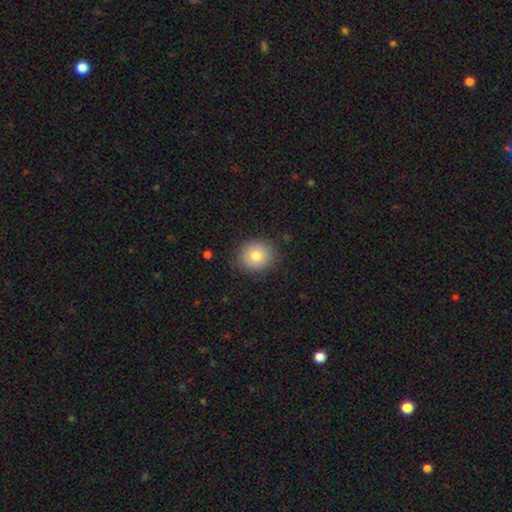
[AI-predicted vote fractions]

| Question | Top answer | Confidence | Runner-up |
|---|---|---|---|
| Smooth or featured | smooth | 80% | featured or disk (10%) |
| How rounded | round | 78% | in between (21%) |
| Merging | none | 86% | minor disturbance (11%) |